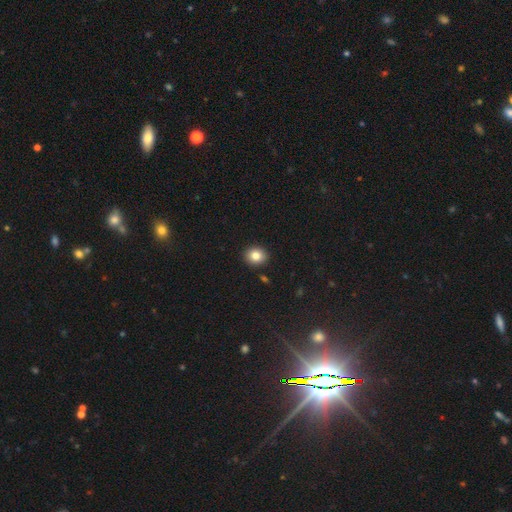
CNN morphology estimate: type=smooth (83%); roundness=round (68%); merging=none (90%).